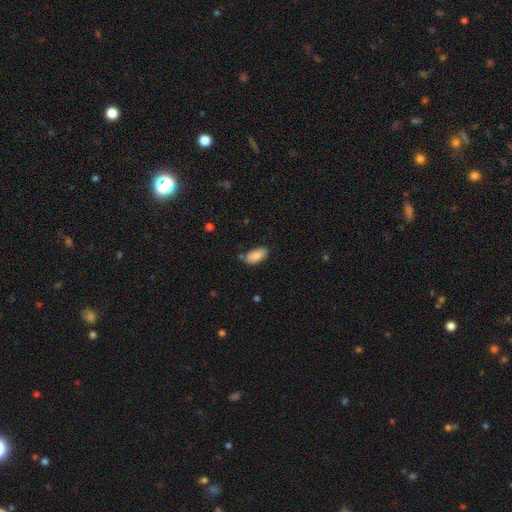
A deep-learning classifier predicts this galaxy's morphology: Smooth or featured? smooth (86%)
How rounded? in between (94%)
Merging? none (74%)